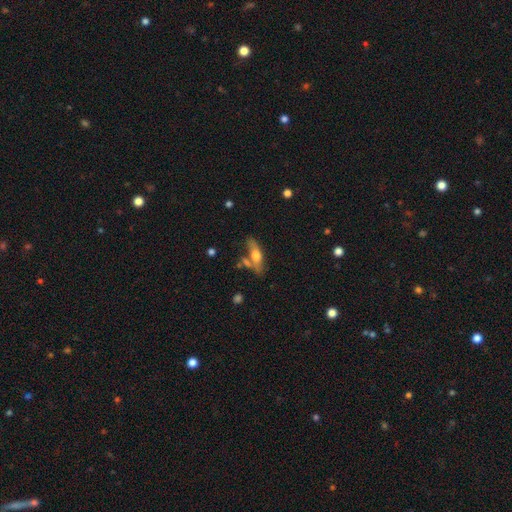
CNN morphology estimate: A smooth galaxy with no disk features (54%) that is in between round and cigar-shaped (48%, tied with cigar-shaped).

Vote fractions:
- Smooth or featured? smooth: 54% / featured or disk: 39% / star or artifact: 7%
- How rounded? in between: 48% (tied) / cigar-shaped: 48% (tied) / round: 3%
- Merging? none: 59% / minor disturbance: 18% / merger: 17% / major disturbance: 6%